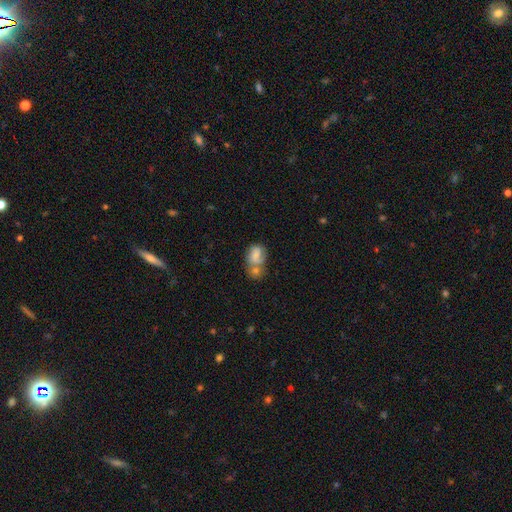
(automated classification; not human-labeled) smooth_or_featured: smooth (p=0.62) [alt: featured or disk p=0.28]
how_rounded: in between (p=0.73) [alt: round p=0.26]
merging: merger (p=0.52) [alt: none p=0.23]